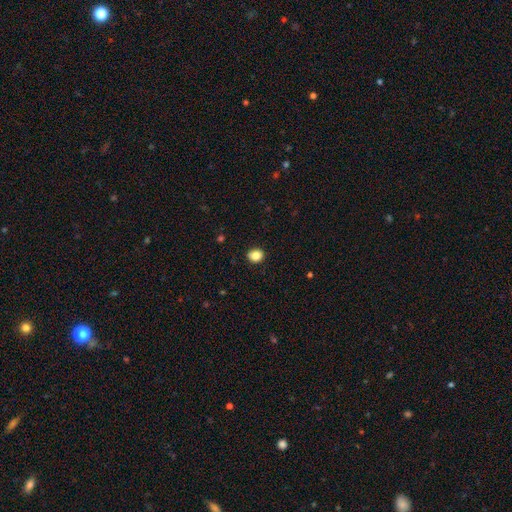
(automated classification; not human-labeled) Overall: smooth (85%). How rounded: round (66%; in between 33%). Merging: none (90%).